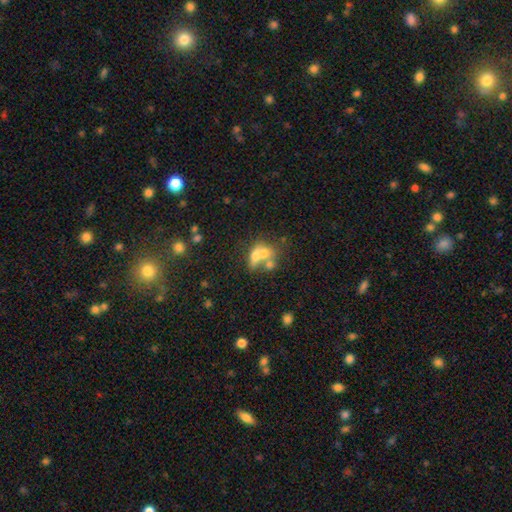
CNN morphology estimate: This is possibly a smooth galaxy (57%). How rounded: likely in between (62%). Merging: likely merger (61%).